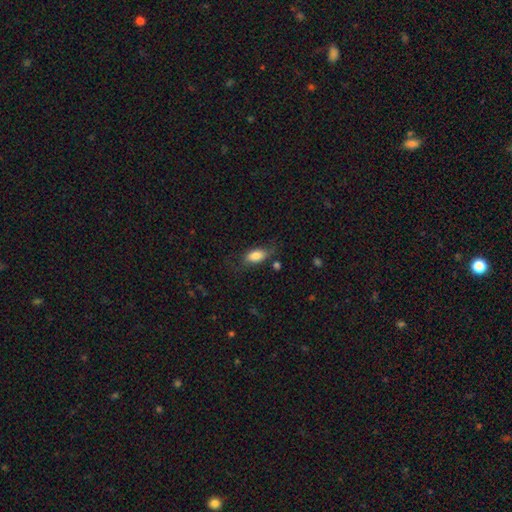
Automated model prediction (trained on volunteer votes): A smooth galaxy with no disk features (80%) that is in between round and cigar-shaped (87%). Merging: none (62%).